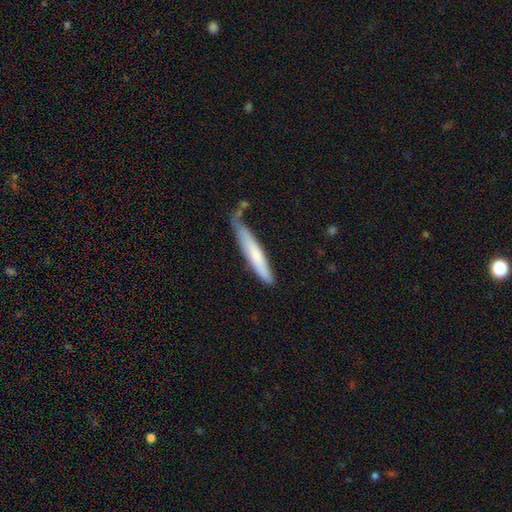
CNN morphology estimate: This appears to be a smooth galaxy with no disk features (69%) that is cigar-shaped (92%). Merging: none (56%).